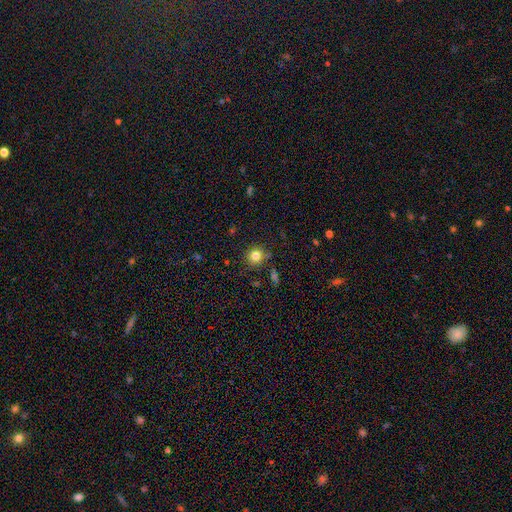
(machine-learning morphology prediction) Overall: smooth (81%). How rounded: round (88%). Merging: none (79%).